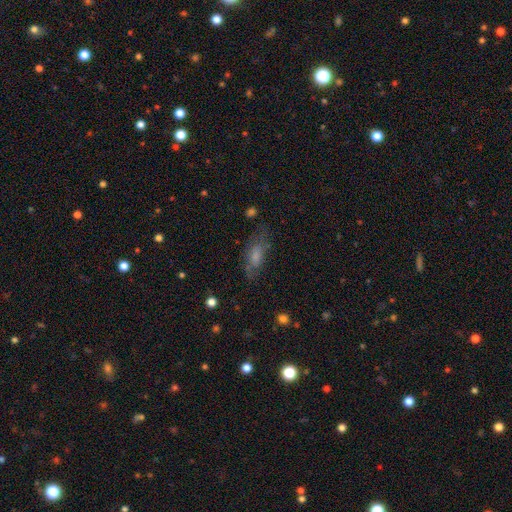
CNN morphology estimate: This is possibly a smooth galaxy (59%). How rounded: likely in between (74%). Merging: likely none (61%).